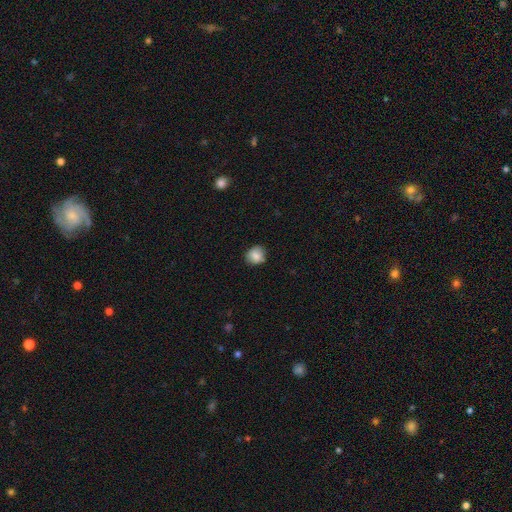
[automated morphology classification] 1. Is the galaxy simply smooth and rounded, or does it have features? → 83% smooth, 9% star or artifact, 8% featured or disk.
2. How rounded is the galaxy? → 77% round, 22% in between, 1% cigar-shaped.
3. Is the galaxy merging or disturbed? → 78% none, 18% minor disturbance, 3% major disturbance, 1% merger.